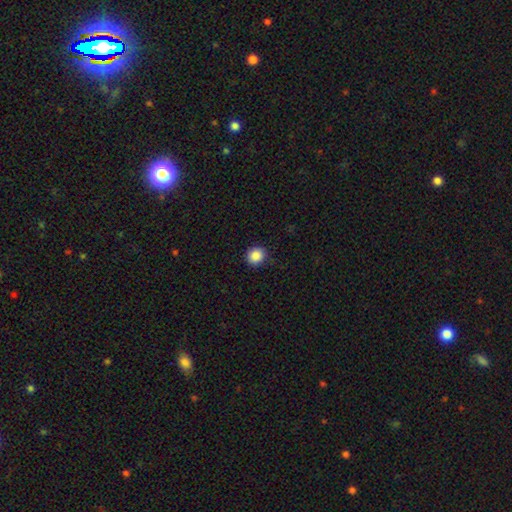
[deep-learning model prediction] smooth-or-featured: smooth: 88% | star or artifact: 9% | featured or disk: 3%
  how-rounded: round: 84% | in between: 15% | cigar-shaped: 1%
  merging: none: 87% | minor disturbance: 10% | major disturbance: 2% | merger: 1%